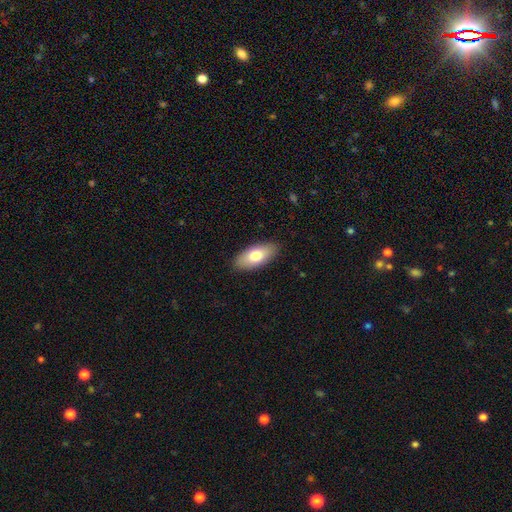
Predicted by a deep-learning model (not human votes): Smooth or featured? Predicted: smooth (p=0.75). How rounded? Predicted: in between (p=0.89). Merging? Predicted: none (p=0.88).